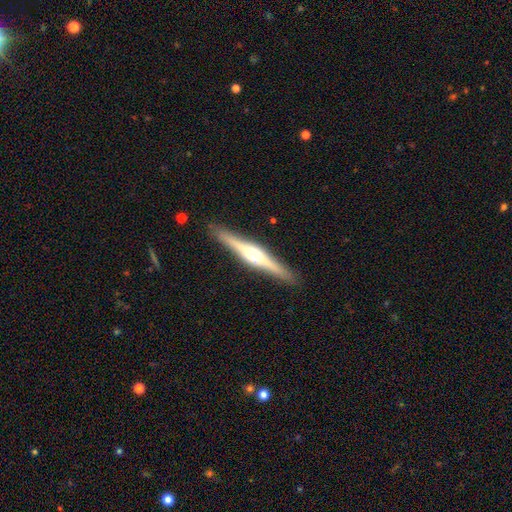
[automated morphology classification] Smooth or featured? featured or disk (78%)
Edge-on disk? yes (98%)
Edge-on bulge? rounded (90%)
Merging? none (91%)